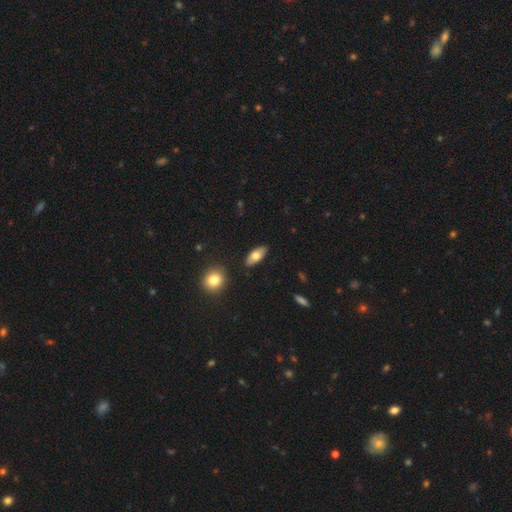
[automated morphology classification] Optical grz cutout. It shows a smooth galaxy with no disk features (71%) that is in between round and cigar-shaped (85%). Merging: none (87%).